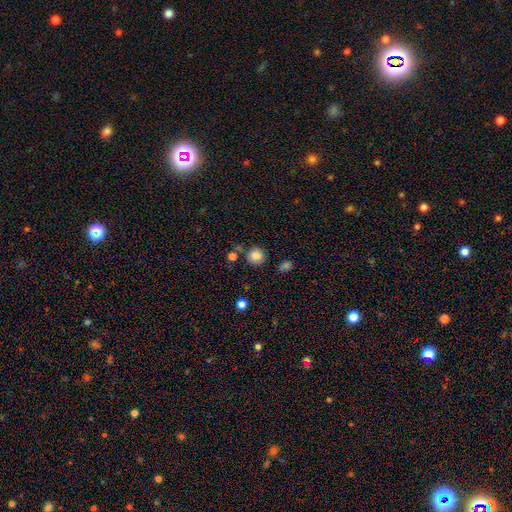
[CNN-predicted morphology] This is clearly a smooth galaxy (82%). How rounded: clearly round (90%). Merging: clearly none (81%).